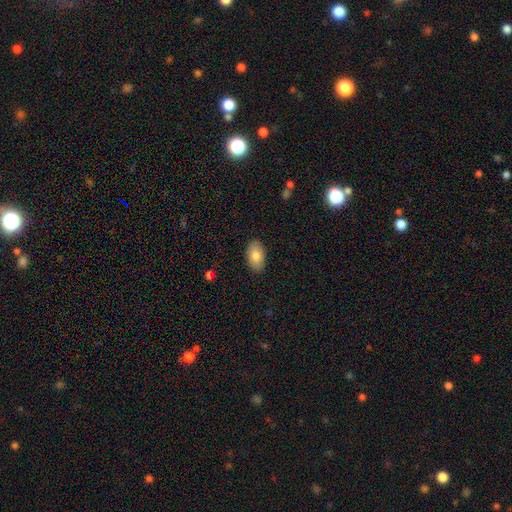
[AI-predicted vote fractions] The model was most divided on "smooth or featured": smooth: 81%, featured or disk: 13%, star or artifact: 6%. More confident: how rounded — in between (94%); merging — none (89%).